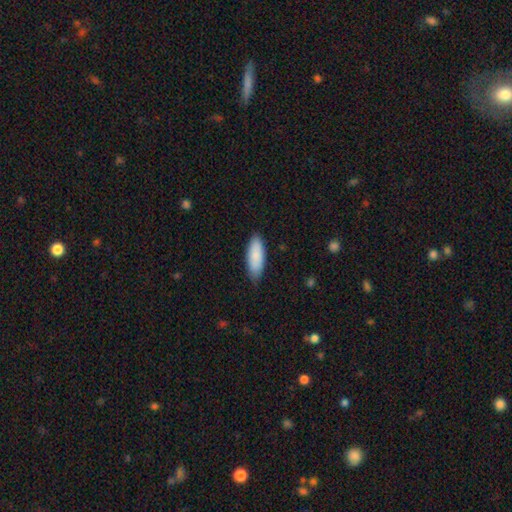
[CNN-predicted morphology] Smooth or featured? smooth (87%)
How rounded? in between (73%)
Merging? none (80%)